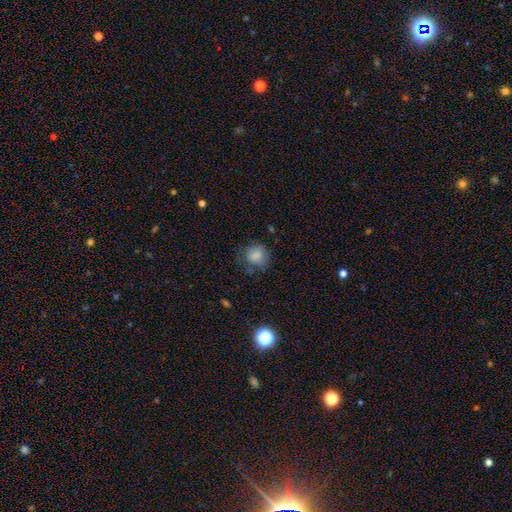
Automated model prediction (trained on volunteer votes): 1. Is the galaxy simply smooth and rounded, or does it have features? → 79% smooth, 11% featured or disk, 10% star or artifact.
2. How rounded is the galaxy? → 77% round, 22% in between, 1% cigar-shaped.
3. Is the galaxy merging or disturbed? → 61% none, 25% minor disturbance, 12% major disturbance, 2% merger.